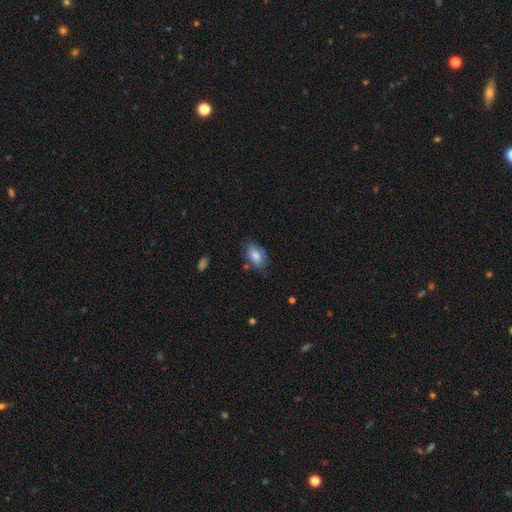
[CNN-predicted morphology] Q: Smooth or featured?
A: smooth (81%); runner-up: featured or disk (12%)
Q: How rounded?
A: in between (90%); runner-up: round (9%)
Q: Merging?
A: none (69%); runner-up: minor disturbance (23%)